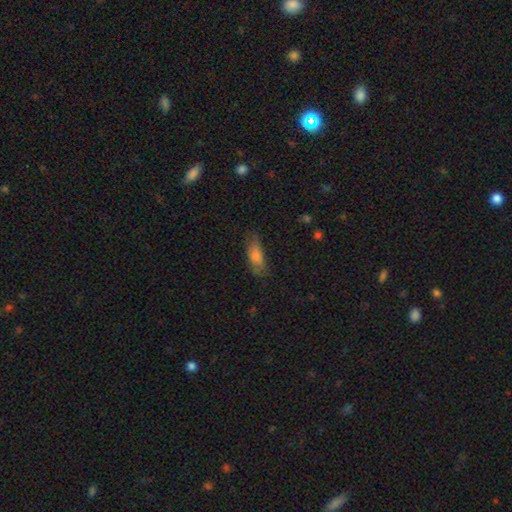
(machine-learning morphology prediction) smooth 76%, featured or disk 15%, star or artifact 9%. Down the decision tree: how rounded — in between (63%); merging — none (68%).